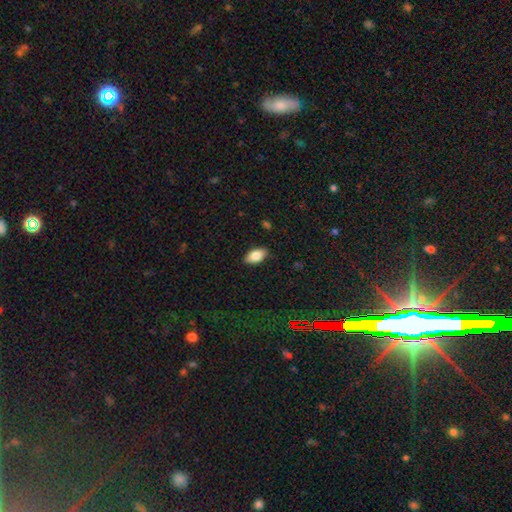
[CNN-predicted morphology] This is clearly a smooth galaxy (82%). How rounded: clearly in between (92%). Merging: clearly none (85%).